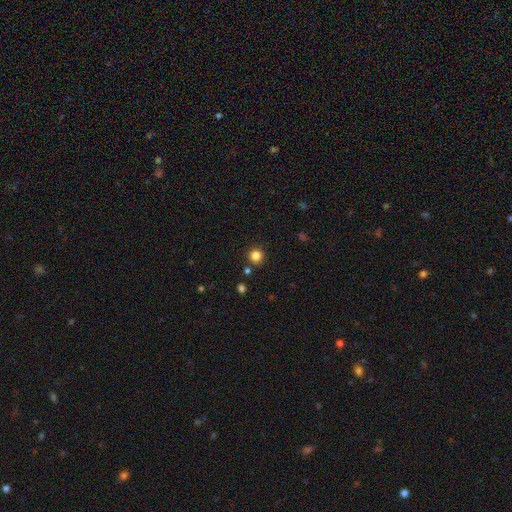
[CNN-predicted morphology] Overall: smooth (83%). How rounded: round (93%). Merging: none (88%).